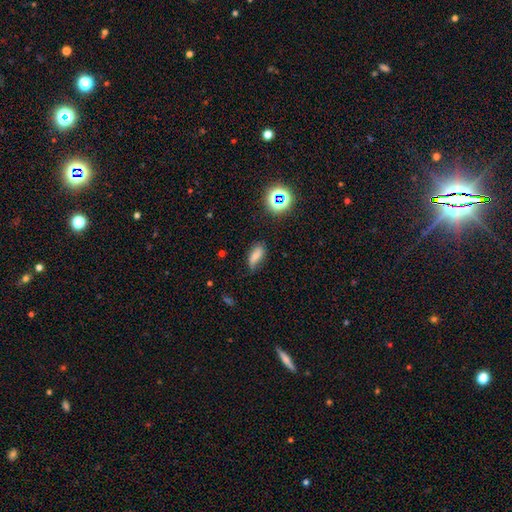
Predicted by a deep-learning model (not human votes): Smooth or featured? Predicted: smooth (p=0.69). How rounded? Predicted: in between (p=0.76). Merging? Predicted: none (p=0.54).